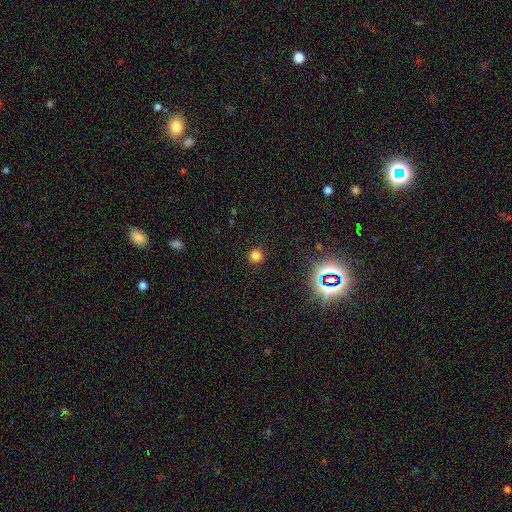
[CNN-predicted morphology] This appears to be a smooth galaxy with no disk features (77%) that is round (94%). Merging: none (90%).